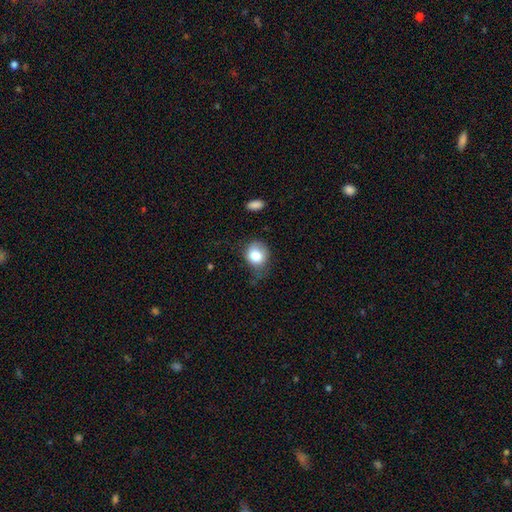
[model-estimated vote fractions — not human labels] smooth-or-featured: smooth: 81% | featured or disk: 10% | star or artifact: 9%
  how-rounded: round: 72% | in between: 27% | cigar-shaped: 1%
  merging: none: 52% | minor disturbance: 33% | major disturbance: 13% | merger: 3%